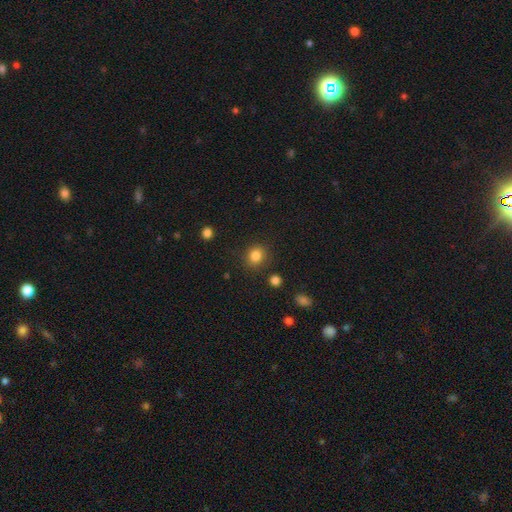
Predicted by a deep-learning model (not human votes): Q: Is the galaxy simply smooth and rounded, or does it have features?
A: smooth — 83%.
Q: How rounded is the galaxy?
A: round — 79%.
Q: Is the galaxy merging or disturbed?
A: none — 86%.